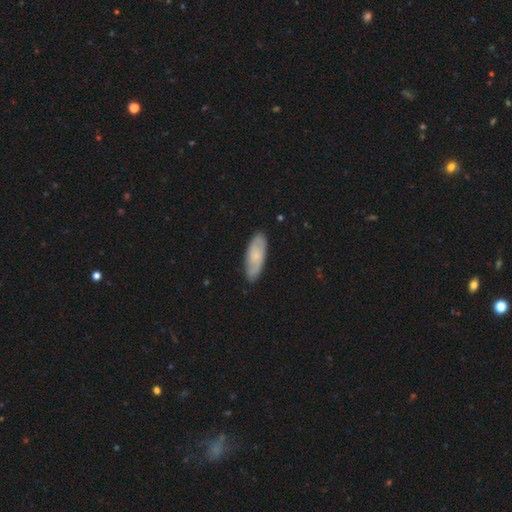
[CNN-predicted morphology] Q: Smooth or featured?
A: smooth (56%); runner-up: featured or disk (37%)
Q: How rounded?
A: in between (65%); runner-up: cigar-shaped (34%)
Q: Merging?
A: none (83%); runner-up: minor disturbance (13%)